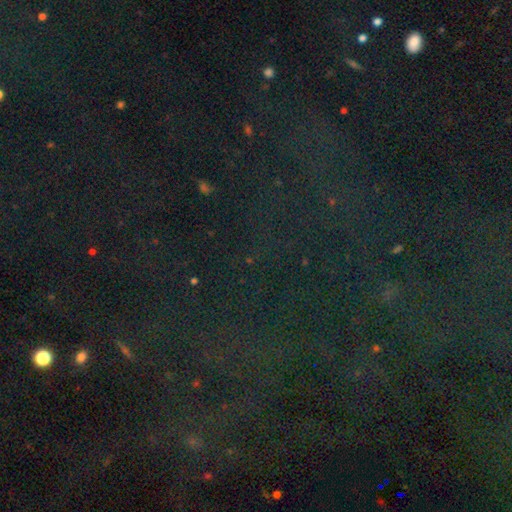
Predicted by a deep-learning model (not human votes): Q: Smooth or featured?
A: star or artifact (80%); runner-up: smooth (12%)